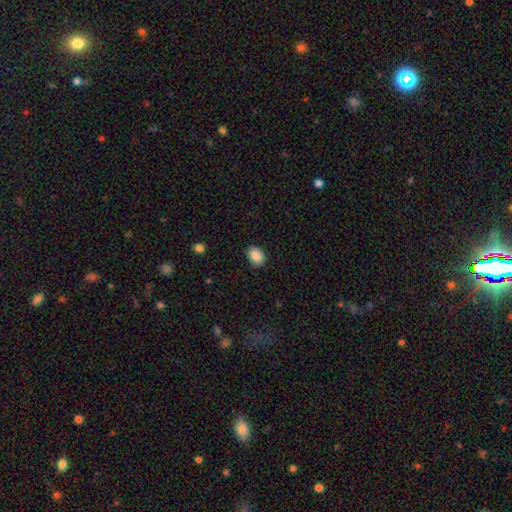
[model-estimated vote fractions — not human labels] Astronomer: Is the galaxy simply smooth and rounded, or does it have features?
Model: smooth — 88%.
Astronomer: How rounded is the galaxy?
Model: in between — 73%.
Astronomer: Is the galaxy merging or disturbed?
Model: none — 85%.